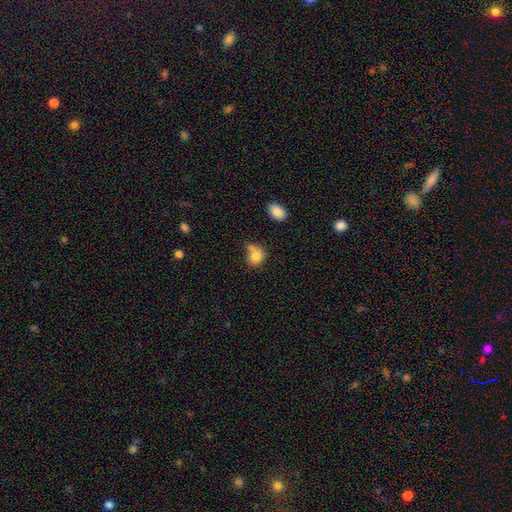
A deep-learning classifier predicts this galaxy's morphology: Smooth or featured? Predicted: smooth (p=0.80). How rounded? Predicted: round (p=0.59). Merging? Predicted: none (p=0.42).